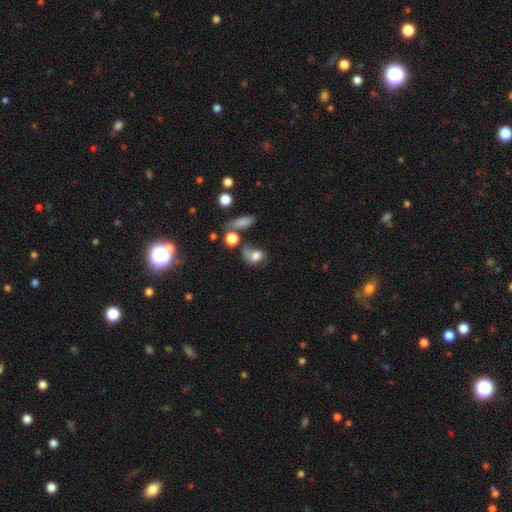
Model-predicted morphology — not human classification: A smooth galaxy with no disk features (71%) that is in between round and cigar-shaped (59%).

Vote fractions:
- Smooth or featured? smooth: 71% / featured or disk: 17% / star or artifact: 11%
- How rounded? in between: 59% / round: 39% / cigar-shaped: 2%
- Merging? none: 29% / major disturbance: 27% / merger: 22% / minor disturbance: 22%